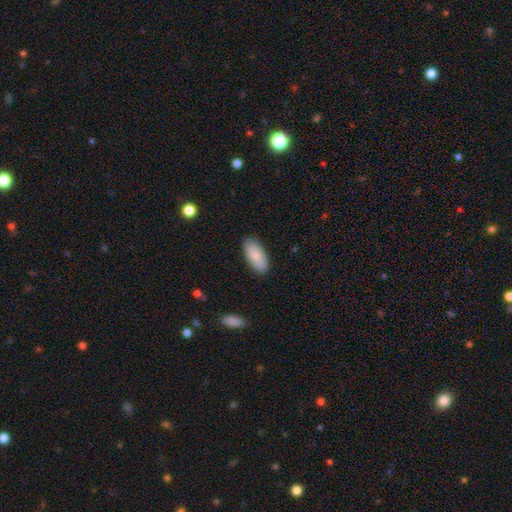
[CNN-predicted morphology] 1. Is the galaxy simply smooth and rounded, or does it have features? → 82% smooth, 12% featured or disk, 6% star or artifact.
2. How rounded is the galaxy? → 91% in between, 7% cigar-shaped, 2% round.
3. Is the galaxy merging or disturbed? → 87% none, 10% minor disturbance, 2% major disturbance, 1% merger.